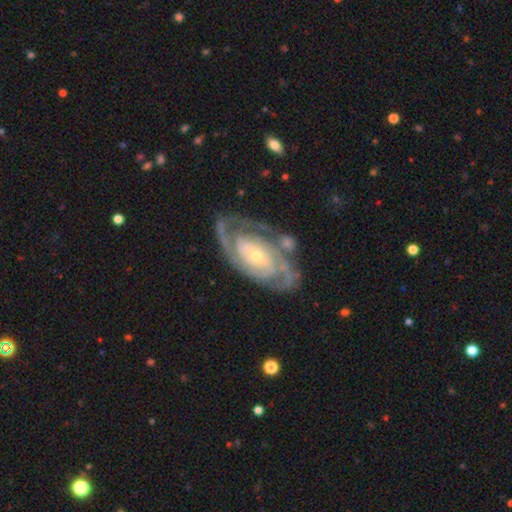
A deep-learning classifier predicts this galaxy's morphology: A featured or disk galaxy (89%) with no bar (73%), 2 (45%) tight (68%) spiral arms (96%) and a small central bulge (67%). Merging: none (68%).